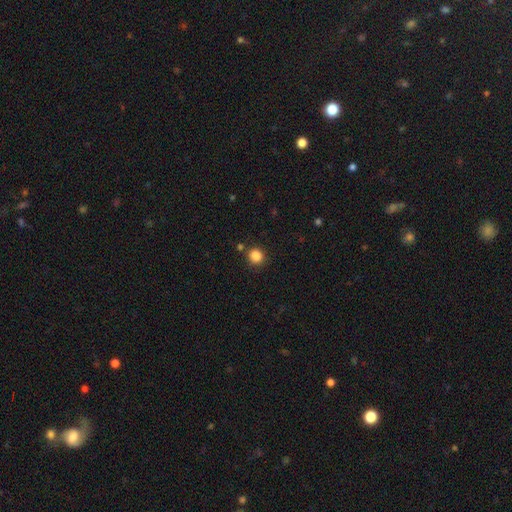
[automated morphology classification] smooth_or_featured: smooth (p=0.86) [alt: star or artifact p=0.11]
how_rounded: round (p=0.88) [alt: in between p=0.12]
merging: none (p=0.85) [alt: minor disturbance p=0.08]